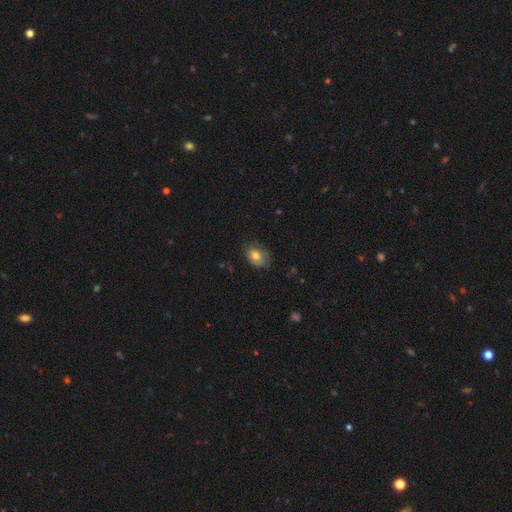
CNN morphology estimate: Smooth or featured? Predicted: smooth (p=0.78). How rounded? Predicted: in between (p=0.65). Merging? Predicted: none (p=0.68).